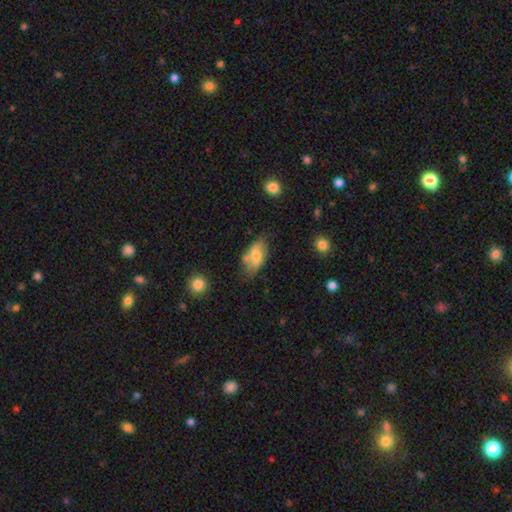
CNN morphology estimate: This appears to be a smooth galaxy with no disk features (65%) that is in between round and cigar-shaped (91%). Merging: none (59%).